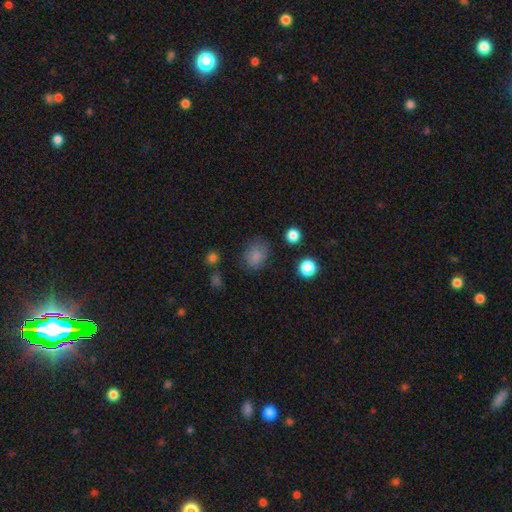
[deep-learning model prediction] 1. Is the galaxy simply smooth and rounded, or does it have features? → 81% smooth, 13% star or artifact, 5% featured or disk.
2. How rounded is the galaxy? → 55% in between, 44% round, 1% cigar-shaped.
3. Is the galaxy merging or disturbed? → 72% none, 19% minor disturbance, 7% major disturbance, 3% merger.